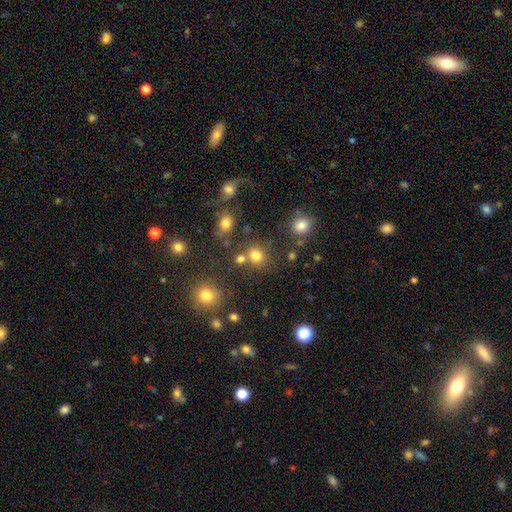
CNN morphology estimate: Q: Smooth or featured?
A: smooth (76%); runner-up: star or artifact (18%)
Q: How rounded?
A: round (83%); runner-up: in between (16%)
Q: Merging?
A: none (68%); runner-up: merger (17%)